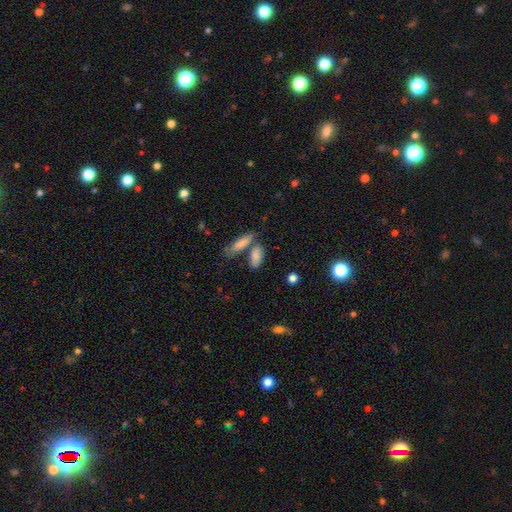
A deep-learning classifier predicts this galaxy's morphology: Q: Smooth or featured?
A: smooth (83%); runner-up: featured or disk (10%)
Q: How rounded?
A: in between (74%); runner-up: cigar-shaped (22%)
Q: Merging?
A: none (56%); runner-up: merger (27%)